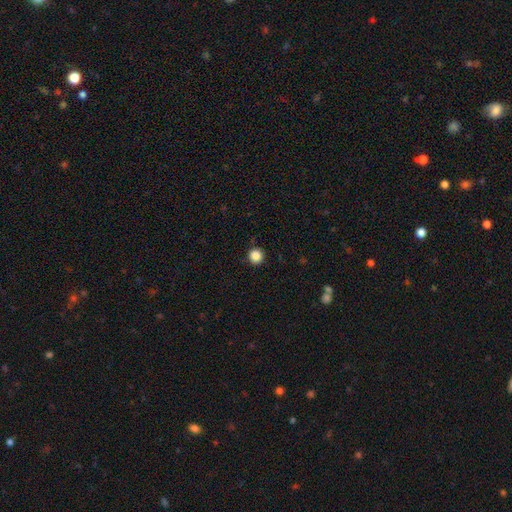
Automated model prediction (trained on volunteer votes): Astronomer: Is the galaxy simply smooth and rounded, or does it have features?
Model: smooth — 86%.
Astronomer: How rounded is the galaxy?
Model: round — 96%.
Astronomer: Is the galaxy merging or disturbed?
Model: none — 92%.